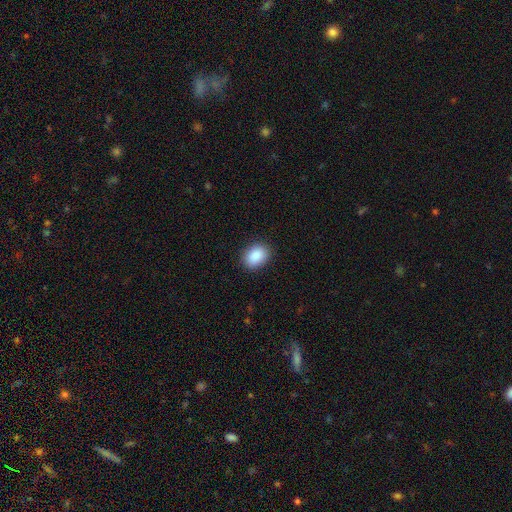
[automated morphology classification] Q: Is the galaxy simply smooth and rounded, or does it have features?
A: smooth — 89%.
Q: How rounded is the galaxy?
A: in between — 70%.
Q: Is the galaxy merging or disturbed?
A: none — 88%.